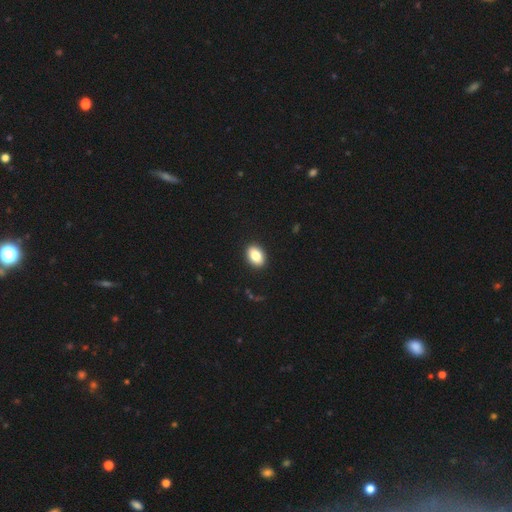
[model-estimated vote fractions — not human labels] smooth_or_featured: smooth (p=0.85) [alt: star or artifact p=0.08]
how_rounded: in between (p=0.83) [alt: round p=0.16]
merging: none (p=0.91) [alt: minor disturbance p=0.06]